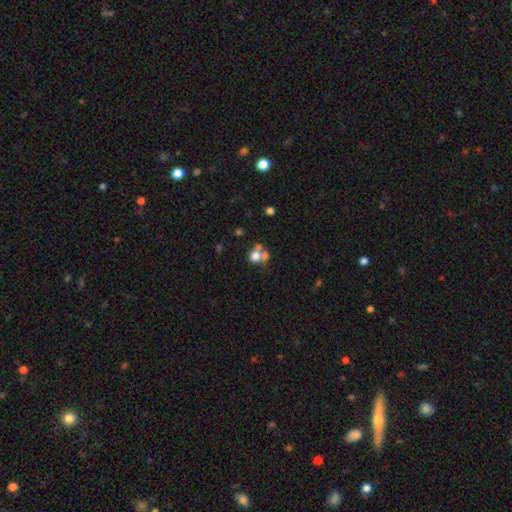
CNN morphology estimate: smooth_or_featured: smooth (p=0.69) [alt: featured or disk p=0.18]
how_rounded: round (p=0.71) [alt: in between p=0.28]
merging: merger (p=0.50) [alt: none p=0.35]